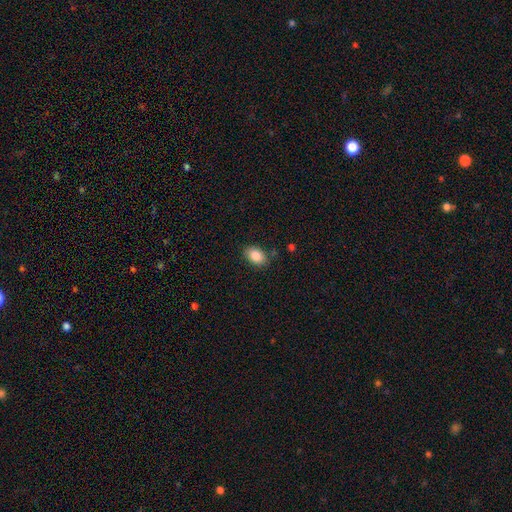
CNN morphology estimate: The model was most divided on "how rounded": in between: 84%, round: 15%, cigar-shaped: 1%. More confident: smooth or featured — smooth (86%); merging — none (82%).